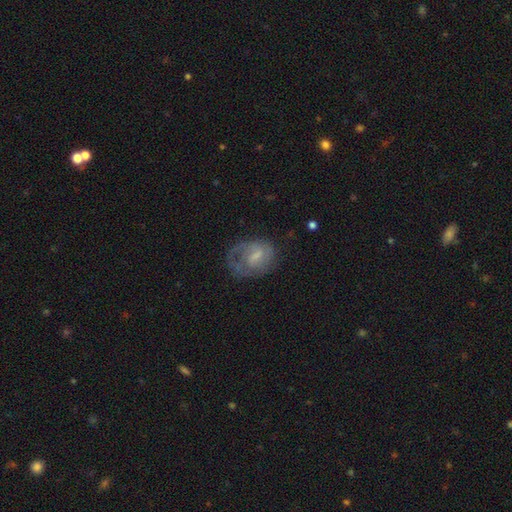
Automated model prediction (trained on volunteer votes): Q: Smooth or featured?
A: featured or disk (58%); runner-up: smooth (34%)
Q: Edge-on disk?
A: no (97%); runner-up: yes (3%)
Q: Bar?
A: weak (51%); runner-up: no (37%)
Q: Spiral arms?
A: yes (70%); runner-up: no (30%)
Q: Bulge size?
A: small (37%); runner-up: moderate (32%)
Q: Merging?
A: none (44%); runner-up: major disturbance (30%)